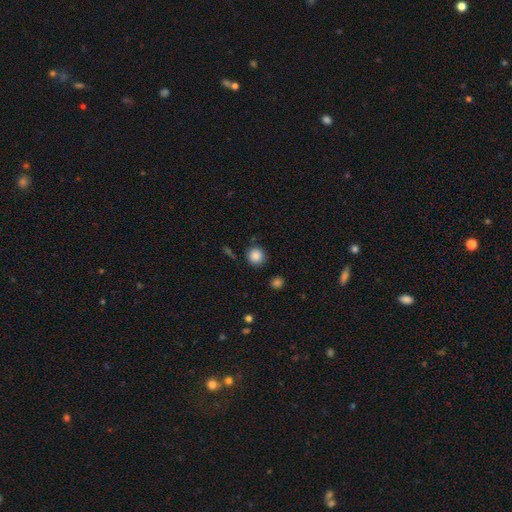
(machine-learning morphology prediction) type=smooth (86%); roundness=round (93%); merging=none (87%).